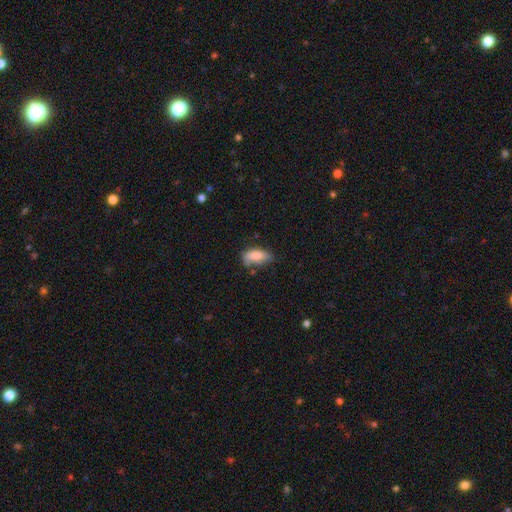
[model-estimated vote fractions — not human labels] Overall: smooth (79%). How rounded: in between (85%). Merging: none (47%; minor disturbance 34%).